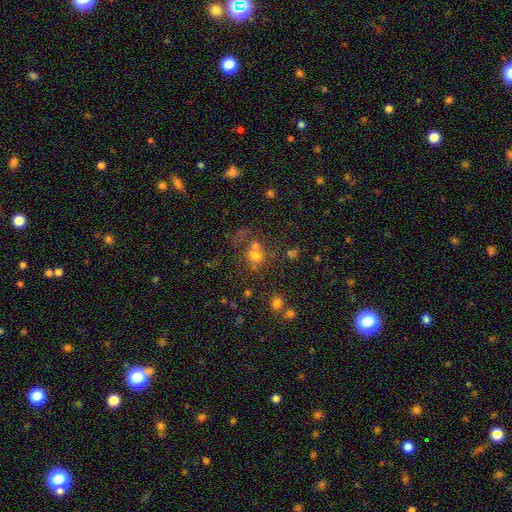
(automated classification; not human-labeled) The model was most divided on "merging": none: 43%, merger: 38%, minor disturbance: 11%, major disturbance: 9%. More confident: how rounded — round (79%); smooth or featured — smooth (66%).